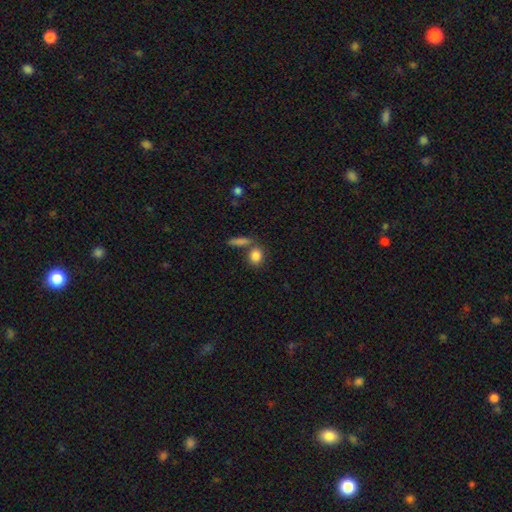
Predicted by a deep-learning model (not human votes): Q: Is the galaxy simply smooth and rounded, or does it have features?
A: smooth — 85%.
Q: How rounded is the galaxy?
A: round — 51%.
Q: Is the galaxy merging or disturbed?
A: none — 62%.